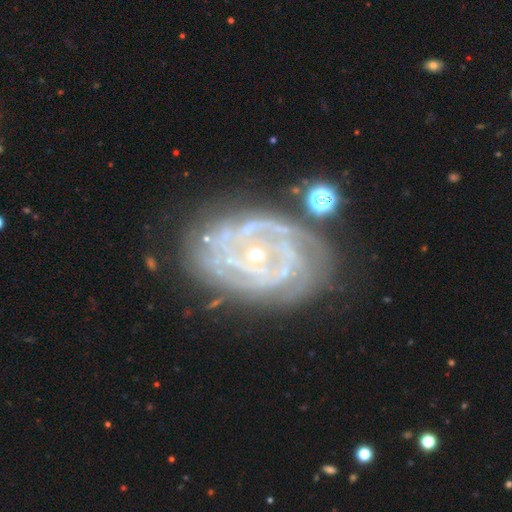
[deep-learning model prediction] This appears to be a featured or disk galaxy (88%) with no bar (60%), tight (69%) spiral arms (94%) and a small central bulge (77%). Merging: none (66%).